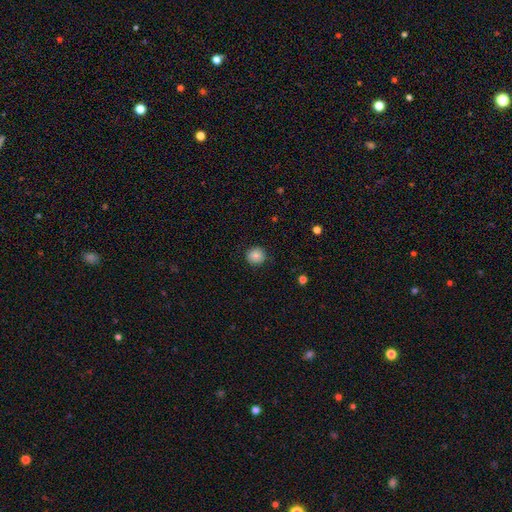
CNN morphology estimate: The model was most divided on "smooth or featured": smooth: 86%, star or artifact: 9%, featured or disk: 4%. More confident: how rounded — round (90%); merging — none (88%).